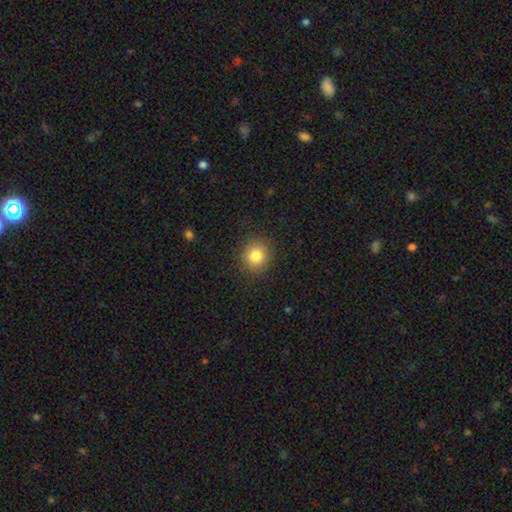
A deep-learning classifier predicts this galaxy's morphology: A smooth galaxy with no disk features (82%) that is round (84%).

Vote fractions:
- Smooth or featured? smooth: 82% / star or artifact: 11% / featured or disk: 7%
- How rounded? round: 84% / in between: 15% / cigar-shaped: 1%
- Merging? none: 89% / minor disturbance: 7% / major disturbance: 3% / merger: 1%